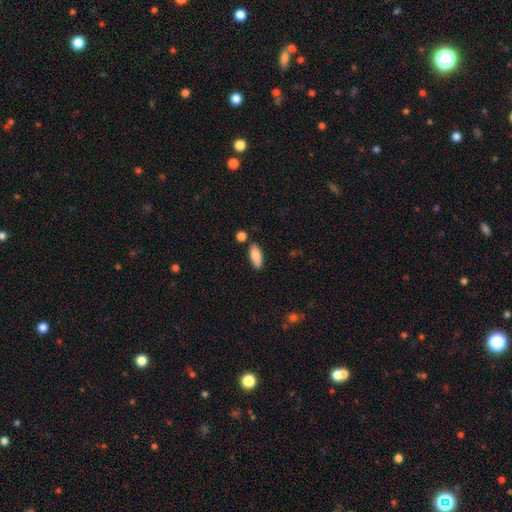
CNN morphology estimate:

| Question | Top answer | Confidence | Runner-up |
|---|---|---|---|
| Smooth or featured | smooth | 86% | featured or disk (8%) |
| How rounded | in between | 79% | cigar-shaped (19%) |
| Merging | none | 78% | minor disturbance (13%) |